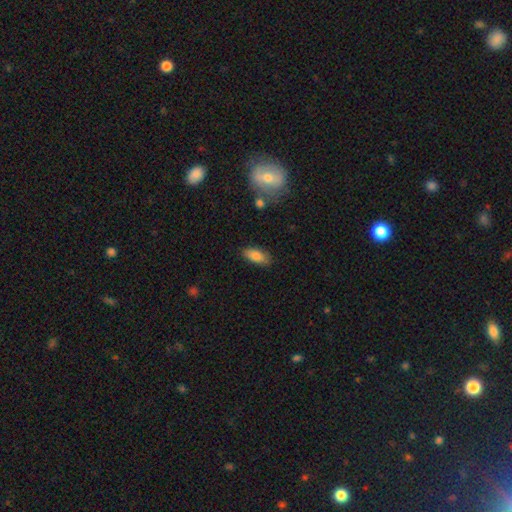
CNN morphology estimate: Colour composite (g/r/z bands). It shows a smooth galaxy with no disk features (82%) that is in between round and cigar-shaped (85%). Merging: none (81%).